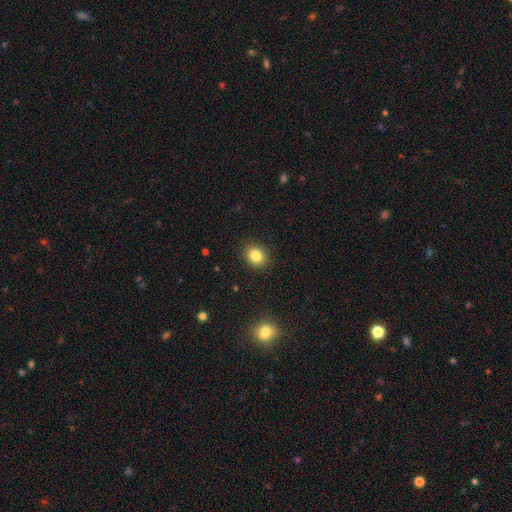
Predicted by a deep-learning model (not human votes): Smooth or featured? Predicted: smooth (p=0.83). How rounded? Predicted: round (p=0.60). Merging? Predicted: none (p=0.89).